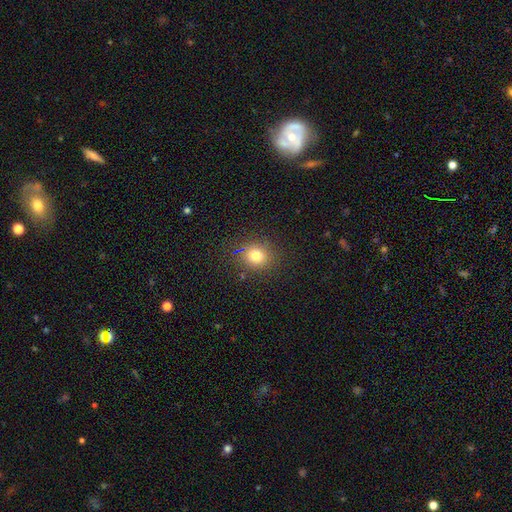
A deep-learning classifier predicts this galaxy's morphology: This appears to be a smooth galaxy with no disk features (78%) that is round (74%). Merging: none (85%).